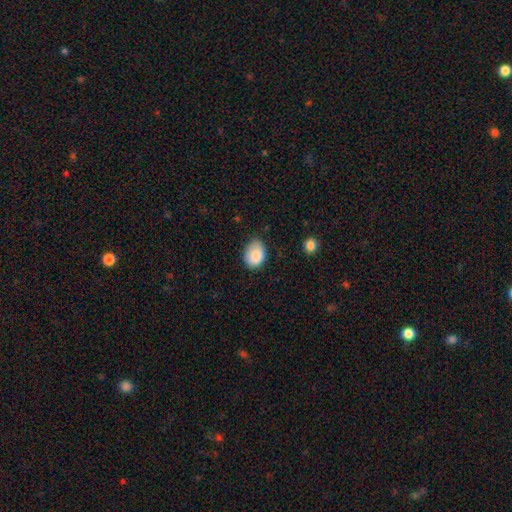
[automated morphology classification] Smooth or featured: smooth — 84% (featured or disk — 8%)
How rounded: in between — 69% (round — 30%)
Merging: none — 57% (minor disturbance — 35%)